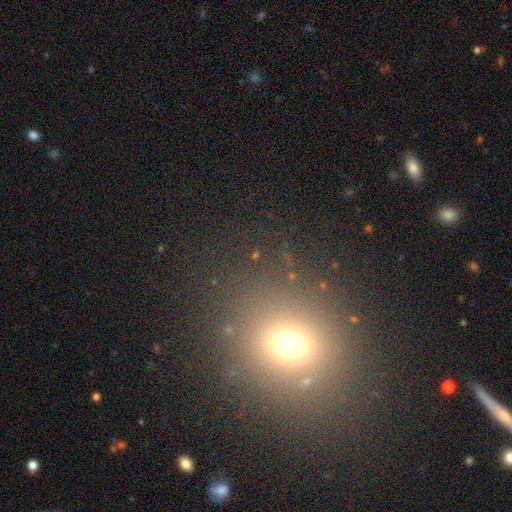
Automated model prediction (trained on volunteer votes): Smooth or featured: smooth — 47% (star or artifact — 42%)
Merging: none — 82% (minor disturbance — 8%)